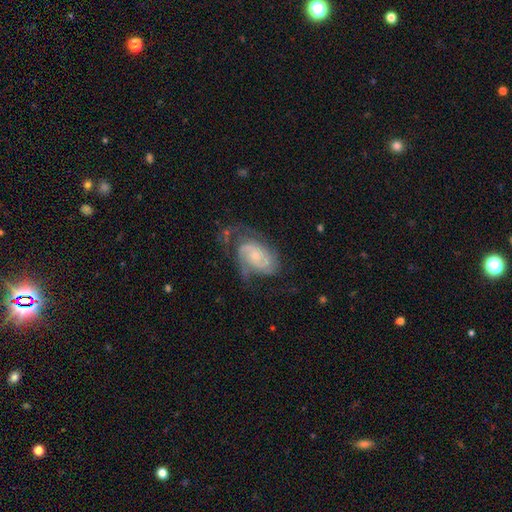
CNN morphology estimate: Smooth or featured?
  - featured or disk: 83% *
  - smooth: 11%
  - star or artifact: 6%
Edge-on disk?
  - no: 97% *
  - yes: 3%
Bar?
  - no: 63% *
  - weak: 31%
  - strong: 6%
Spiral arms?
  - yes: 95% *
  - no: 5%
Spiral winding?
  - tight: 45% *
  - medium: 42%
  - loose: 14%
Spiral arm count?
  - 2: 57% *
  - can't tell: 18%
  - 3: 14%
  - 1: 5%
  - 4: 4%
  - more than 4: 3%
Bulge size?
  - small: 64% *
  - moderate: 27%
  - none: 6%
  - large: 3%
  - dominant: 1%
Merging?
  - none: 53% *
  - minor disturbance: 23%
  - major disturbance: 22%
  - merger: 3%